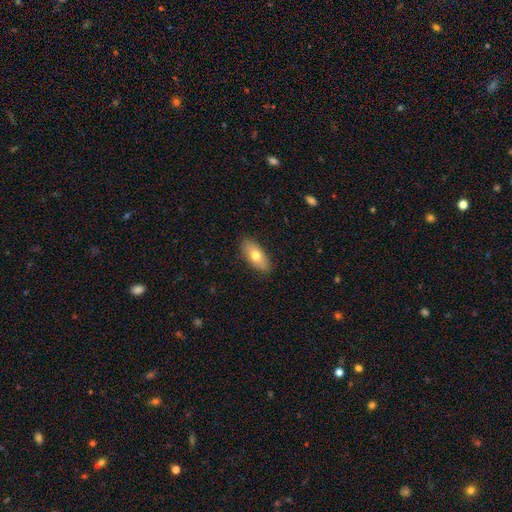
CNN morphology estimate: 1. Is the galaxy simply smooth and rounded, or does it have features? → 70% smooth, 23% featured or disk, 7% star or artifact.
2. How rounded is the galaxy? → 84% in between, 12% cigar-shaped, 4% round.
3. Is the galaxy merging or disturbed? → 87% none, 10% minor disturbance, 2% major disturbance, 1% merger.